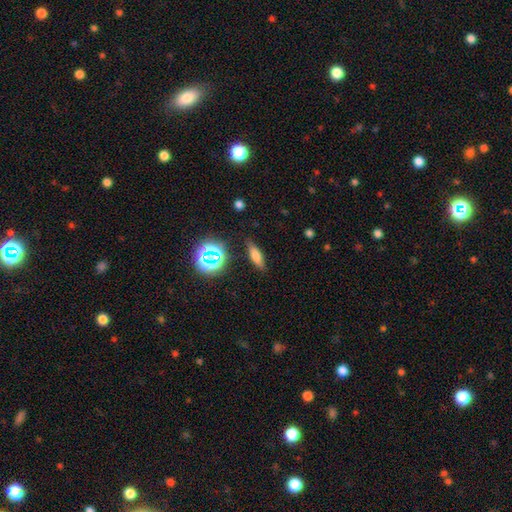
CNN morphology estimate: Smooth or featured? Predicted: smooth (p=0.68). How rounded? Predicted: cigar-shaped (p=0.47). Merging? Predicted: none (p=0.84).